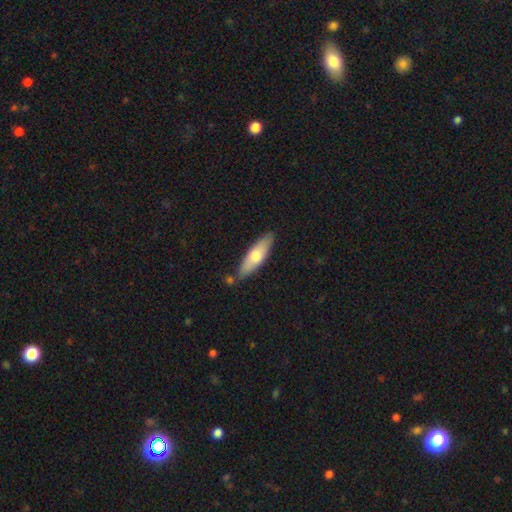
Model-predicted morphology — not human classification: Q: Smooth or featured?
A: smooth (61%); runner-up: featured or disk (34%)
Q: How rounded?
A: cigar-shaped (61%); runner-up: in between (37%)
Q: Merging?
A: none (78%); runner-up: minor disturbance (14%)